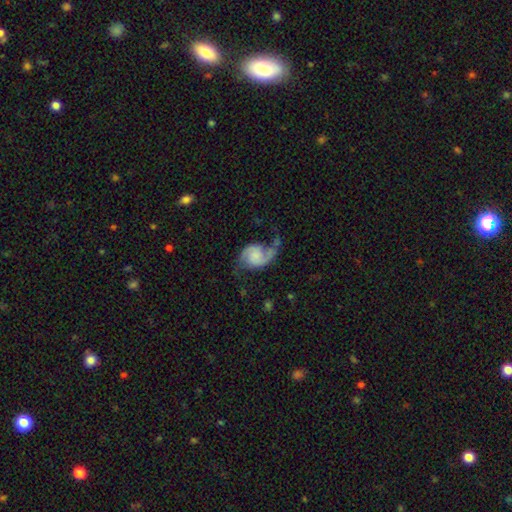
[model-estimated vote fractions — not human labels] Overall: featured or disk (85%). Edge-on disk: no (98%). Bar: no (68%). Spiral arms: yes (97%). Spiral arm count: 2 (91%). Spiral winding: loose (51%; medium 38%). Bulge size: none (39%; small 31%). Merging: none (57%; minor disturbance 22%).